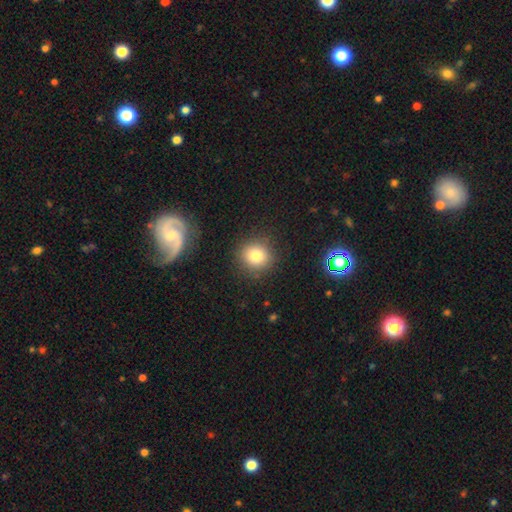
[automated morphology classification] A smooth galaxy with no disk features (81%) that is round (86%).

Vote fractions:
- Smooth or featured? smooth: 81% / star or artifact: 12% / featured or disk: 7%
- How rounded? round: 86% / in between: 13% / cigar-shaped: 1%
- Merging? none: 87% / minor disturbance: 9% / major disturbance: 3% / merger: 2%